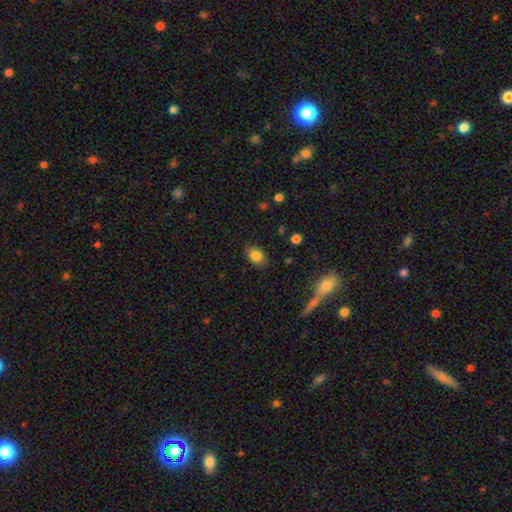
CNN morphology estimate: Smooth or featured?
  - smooth: 84% *
  - star or artifact: 10%
  - featured or disk: 6%
How rounded?
  - in between: 69% *
  - round: 29%
  - cigar-shaped: 1%
Merging?
  - none: 83% *
  - minor disturbance: 12%
  - major disturbance: 3%
  - merger: 1%